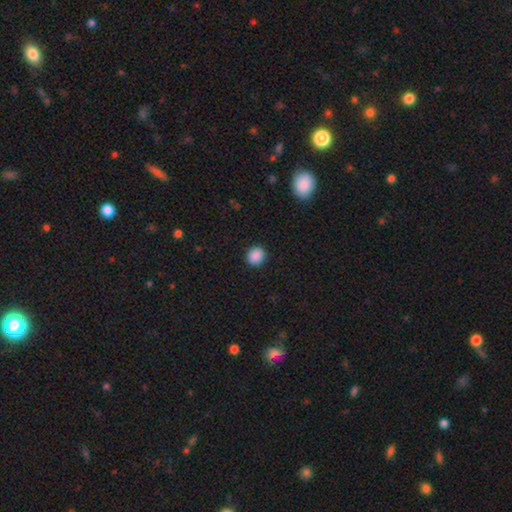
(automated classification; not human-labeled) This is clearly a smooth galaxy (88%). How rounded: likely round (74%). Merging: clearly none (90%).